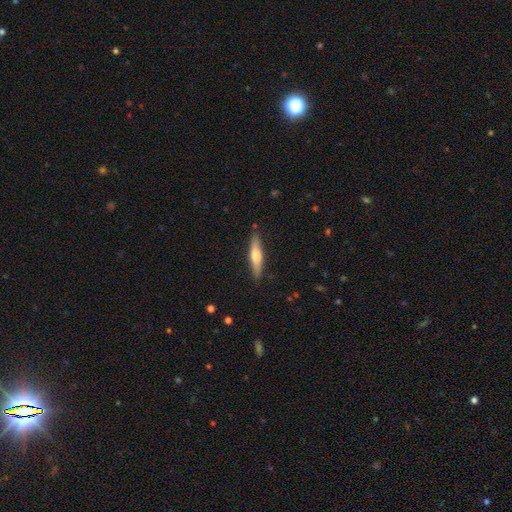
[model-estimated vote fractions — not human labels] Morphology: type=smooth (50%); roundness=cigar-shaped (81%); merging=none (87%).